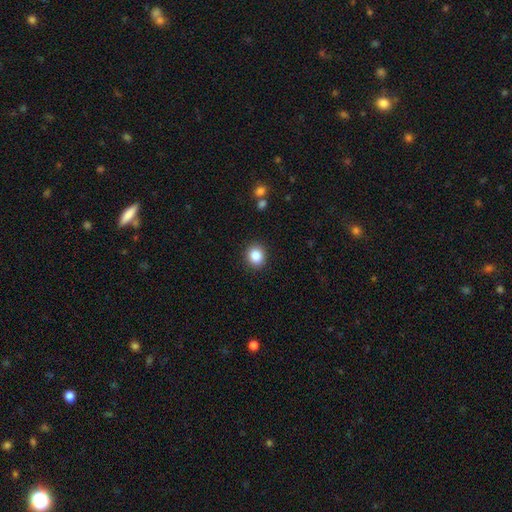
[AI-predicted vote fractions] Smooth or featured?
  - smooth: 87% *
  - star or artifact: 9%
  - featured or disk: 4%
How rounded?
  - round: 75% *
  - in between: 25%
  - cigar-shaped: 1%
Merging?
  - none: 90% *
  - minor disturbance: 7%
  - major disturbance: 2%
  - merger: 1%